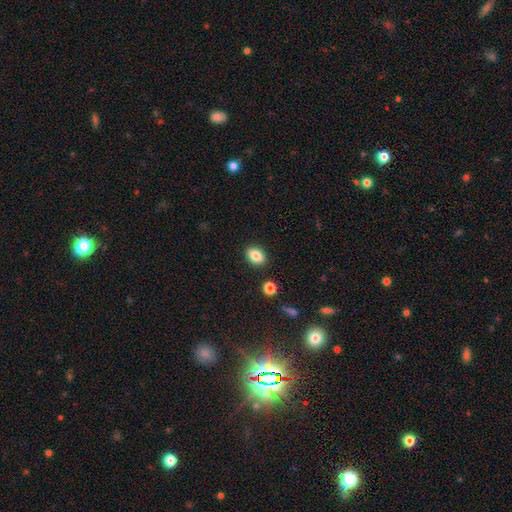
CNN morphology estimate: Overall: smooth (82%). How rounded: in between (78%). Merging: none (87%).